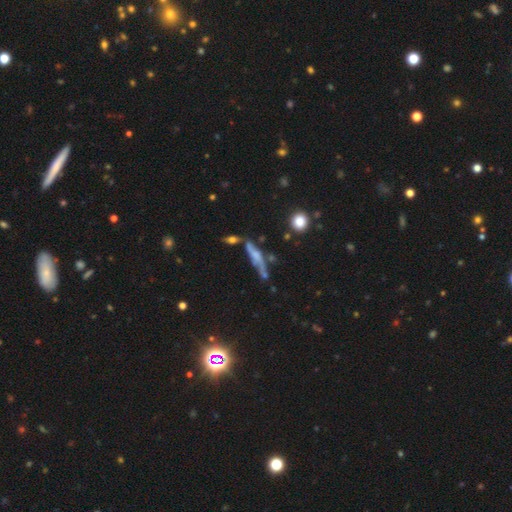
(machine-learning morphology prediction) The model was most divided on "smooth or featured": featured or disk: 53%, smooth: 34%, star or artifact: 12%. Remaining: edge-on disk — yes (68%); merging — none (43%).